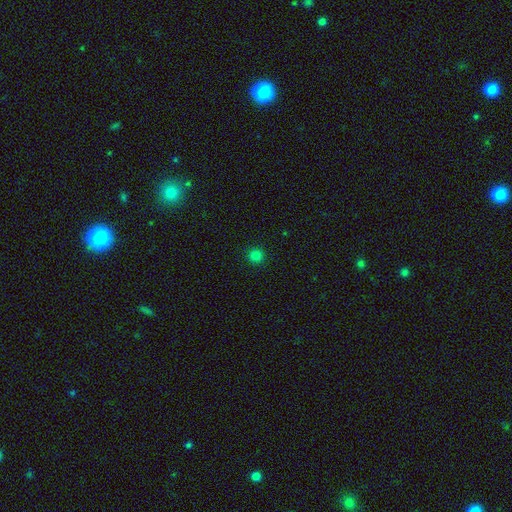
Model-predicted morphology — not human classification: The model was most divided on "smooth or featured": smooth: 81%, star or artifact: 16%, featured or disk: 4%. More confident: how rounded — round (94%); merging — none (92%).